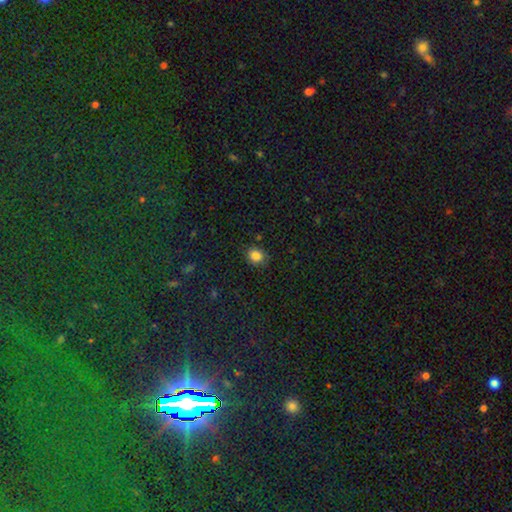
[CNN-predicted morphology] This is clearly a smooth galaxy (84%). How rounded: likely round (68%). Merging: clearly none (81%).